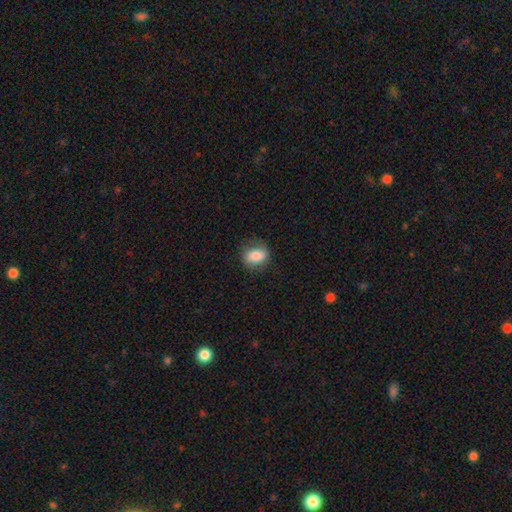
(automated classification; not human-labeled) A smooth galaxy with no disk features (77%) that is in between round and cigar-shaped (52%).

Vote fractions:
- Smooth or featured? smooth: 77% / featured or disk: 15% / star or artifact: 8%
- How rounded? in between: 52% / round: 46% / cigar-shaped: 2%
- Merging? none: 74% / minor disturbance: 18% / major disturbance: 6% / merger: 1%